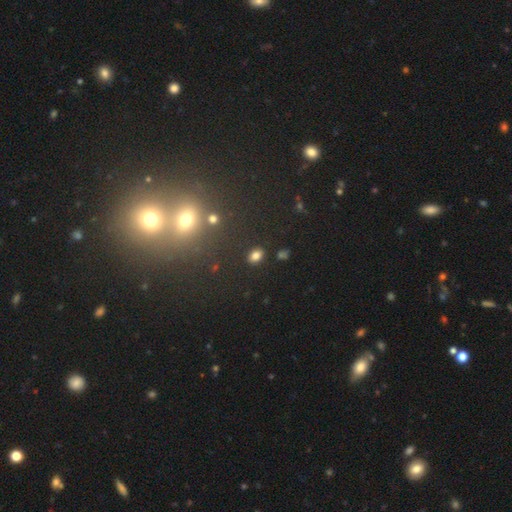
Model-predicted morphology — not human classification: Smooth or featured? Predicted: smooth (p=0.80). How rounded? Predicted: in between (p=0.80). Merging? Predicted: none (p=0.86).